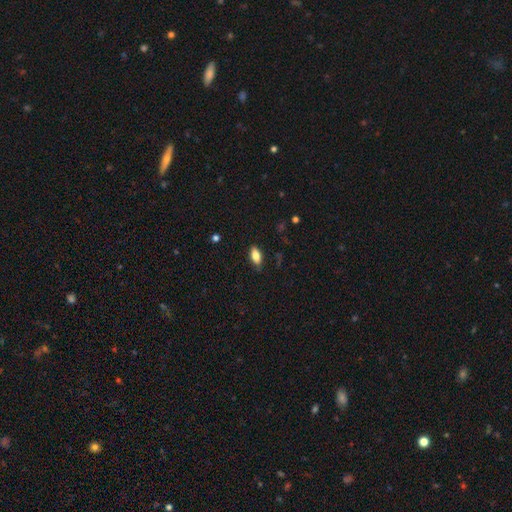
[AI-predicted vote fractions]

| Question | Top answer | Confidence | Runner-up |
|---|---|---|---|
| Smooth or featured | smooth | 78% | featured or disk (14%) |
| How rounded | in between | 86% | cigar-shaped (11%) |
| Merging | none | 83% | minor disturbance (14%) |